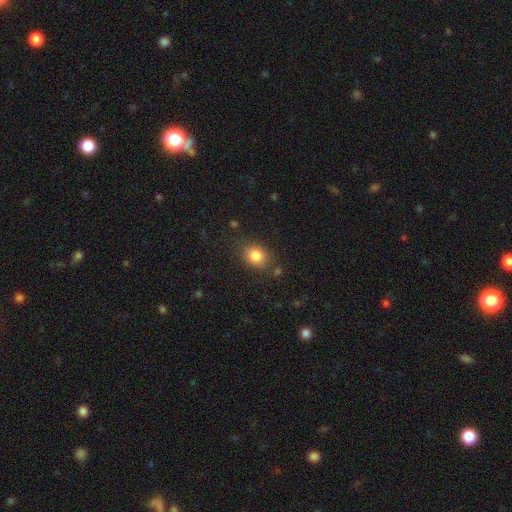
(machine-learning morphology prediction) smooth-or-featured: smooth: 83% | star or artifact: 10% | featured or disk: 7%
  how-rounded: round: 51% | in between: 48% | cigar-shaped: 1%
  merging: none: 80% | minor disturbance: 13% | major disturbance: 4% | merger: 3%